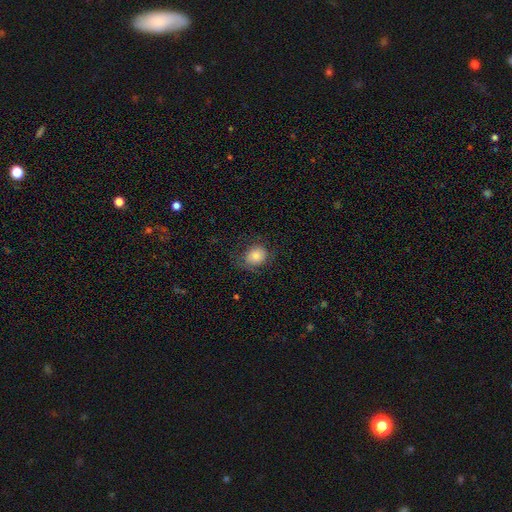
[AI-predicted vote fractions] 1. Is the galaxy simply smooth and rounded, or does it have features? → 76% smooth, 14% featured or disk, 9% star or artifact.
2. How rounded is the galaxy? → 58% round, 41% in between, 1% cigar-shaped.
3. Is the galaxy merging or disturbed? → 64% none, 22% minor disturbance, 13% major disturbance, 1% merger.